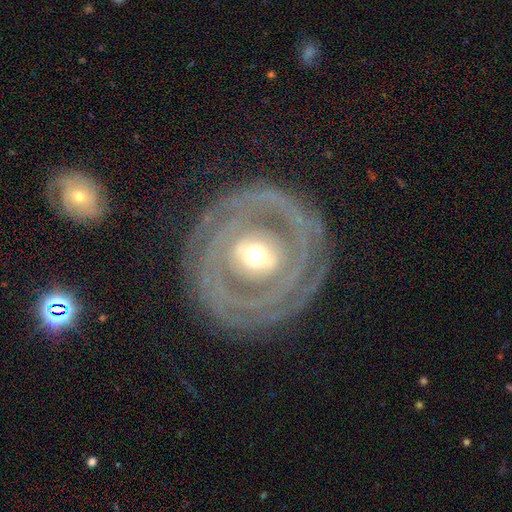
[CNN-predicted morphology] A featured or disk galaxy (82%) with a weak bar (34%), tight (72%) spiral arms (72%) and a moderate central bulge (59%).

Vote fractions:
- Smooth or featured? featured or disk: 82% / smooth: 12% / star or artifact: 5%
- Edge-on disk? no: 94% / yes: 6%
- Bar? weak: 34% / strong: 33% / no: 33%
- Spiral arms? yes: 72% / no: 28%
- Spiral winding? tight: 72% / medium: 19% / loose: 9%
- Spiral arm count? can't tell: 37% / 2: 30% / 3: 11% / 4: 8% / 1: 7% / more than 4: 7%
- Bulge size? moderate: 59% / small: 28% / large: 11% / dominant: 2% / none: 1%
- Merging? none: 81% / minor disturbance: 11% / major disturbance: 7% / merger: 1%